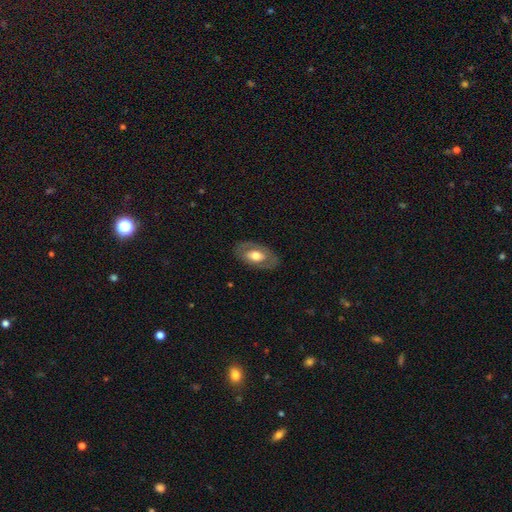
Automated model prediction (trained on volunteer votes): Morphology: type=smooth (49%); merging=none (81%).